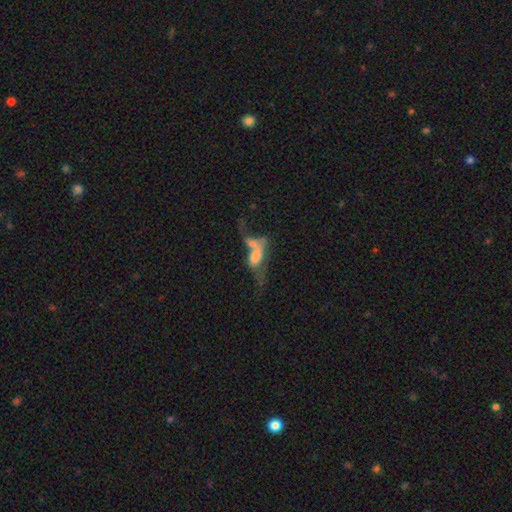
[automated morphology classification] Overall: smooth (47%; featured or disk 41%). Merging: merger (60%; major disturbance 20%).